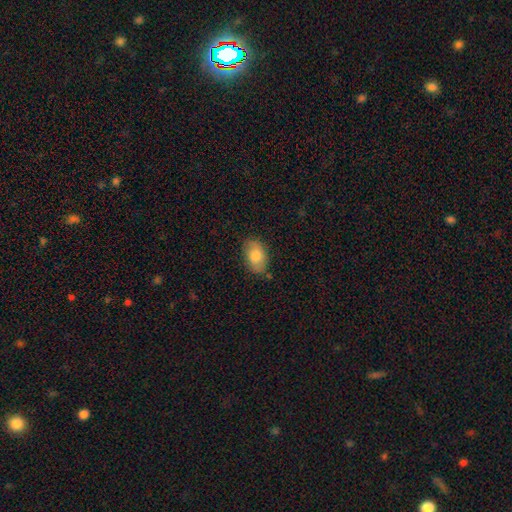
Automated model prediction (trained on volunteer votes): Morphology: type=smooth (79%); roundness=in between (89%); merging=none (80%).